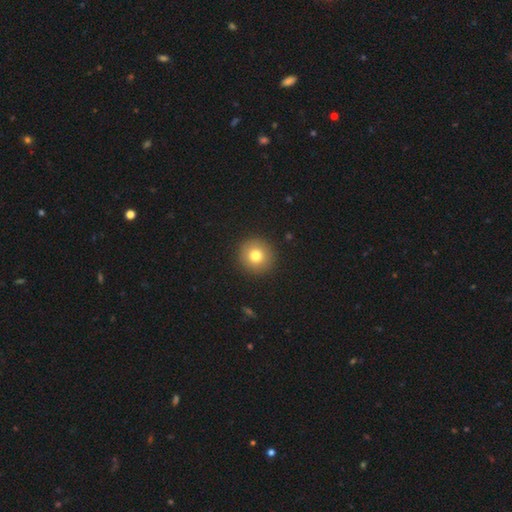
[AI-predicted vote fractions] Smooth or featured?
  - smooth: 77% *
  - featured or disk: 12%
  - star or artifact: 11%
How rounded?
  - round: 94% *
  - in between: 5%
  - cigar-shaped: 1%
Merging?
  - none: 92% *
  - minor disturbance: 5%
  - major disturbance: 2%
  - merger: 1%